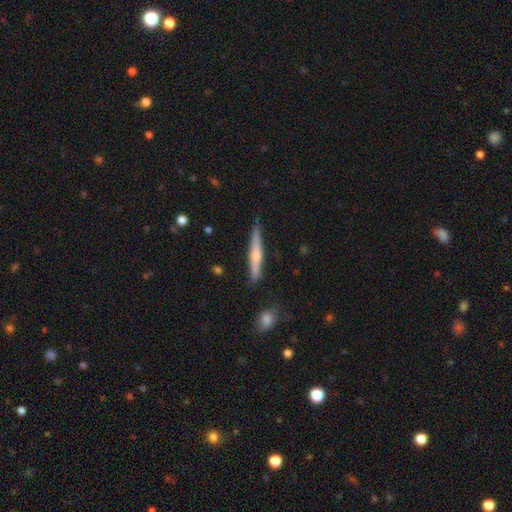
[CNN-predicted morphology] Overall: featured or disk (60%; smooth 34%). Edge-on disk: yes (96%). Edge-on bulge: rounded (82%). Merging: none (83%).